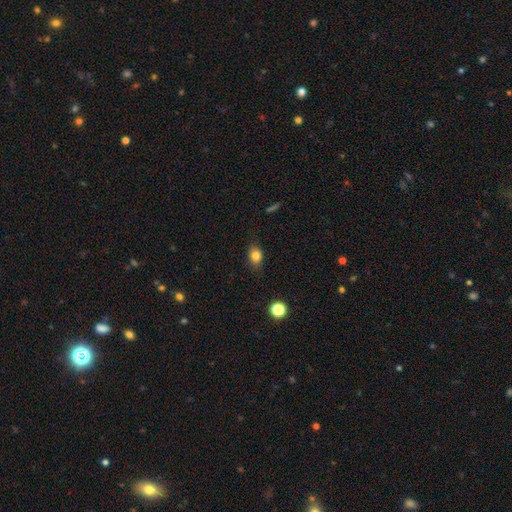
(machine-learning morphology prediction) smooth_or_featured: smooth (p=0.81) [alt: star or artifact p=0.11]
how_rounded: in between (p=0.68) [alt: round p=0.31]
merging: none (p=0.80) [alt: minor disturbance p=0.15]